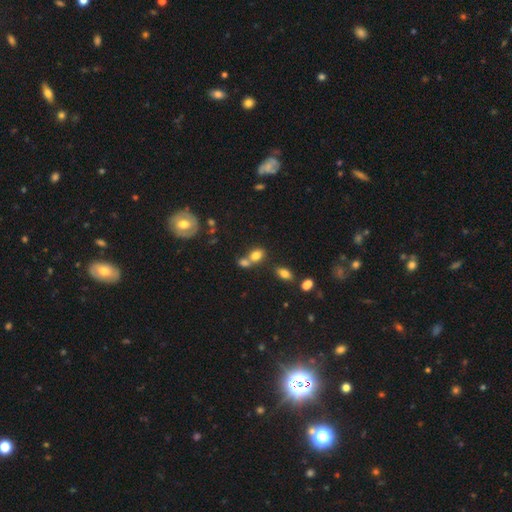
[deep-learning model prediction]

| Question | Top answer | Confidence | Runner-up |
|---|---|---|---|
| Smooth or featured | smooth | 76% | star or artifact (14%) |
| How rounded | in between | 62% | round (36%) |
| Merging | merger | 45% | none (40%) |